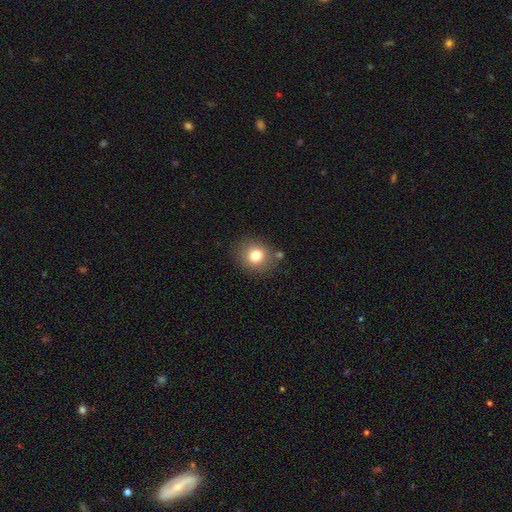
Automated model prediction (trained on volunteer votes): smooth 79%, star or artifact 11%, featured or disk 10%. Down the decision tree: how rounded — round (77%); merging — none (80%).